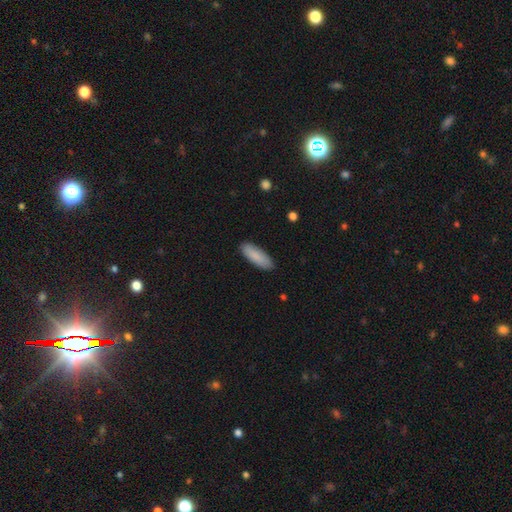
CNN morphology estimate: Smooth or featured? Predicted: smooth (p=0.88). How rounded? Predicted: in between (p=0.62). Merging? Predicted: none (p=0.89).